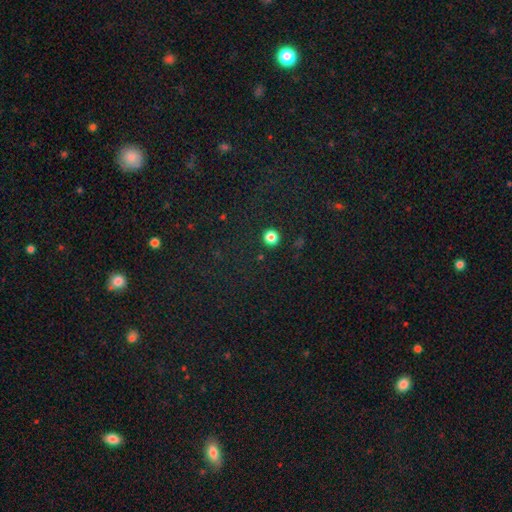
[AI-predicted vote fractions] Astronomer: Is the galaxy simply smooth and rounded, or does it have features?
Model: star or artifact — 68%.